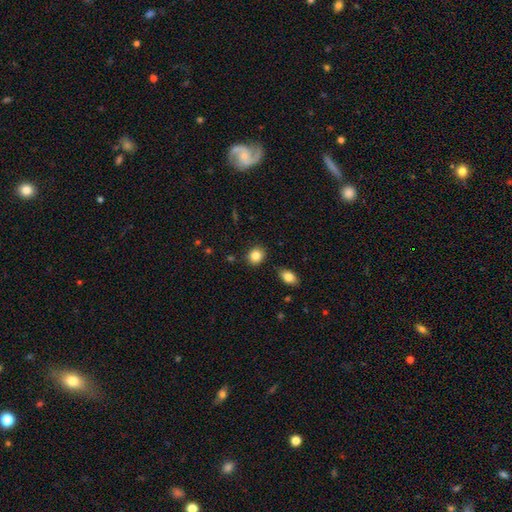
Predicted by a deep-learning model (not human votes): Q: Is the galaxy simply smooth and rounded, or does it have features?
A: smooth — 84%.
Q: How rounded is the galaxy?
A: round — 73%.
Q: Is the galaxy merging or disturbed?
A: none — 87%.